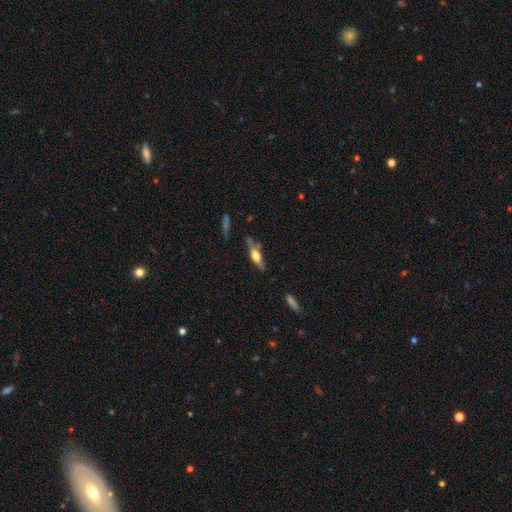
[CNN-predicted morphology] Smooth or featured?
  - featured or disk: 59% *
  - smooth: 35%
  - star or artifact: 7%
Edge-on disk?
  - yes: 92% *
  - no: 8%
Edge-on bulge?
  - rounded: 86% *
  - boxy: 11%
  - none: 3%
Merging?
  - none: 68% *
  - minor disturbance: 20%
  - major disturbance: 6%
  - merger: 5%